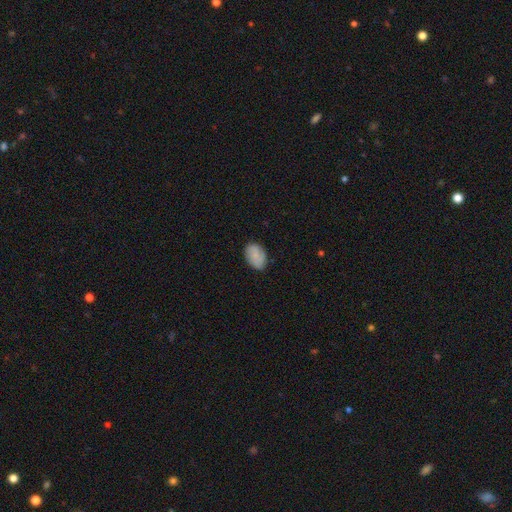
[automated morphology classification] smooth_or_featured: smooth (p=0.80) [alt: featured or disk p=0.13]
how_rounded: in between (p=0.84) [alt: round p=0.14]
merging: none (p=0.78) [alt: minor disturbance p=0.18]